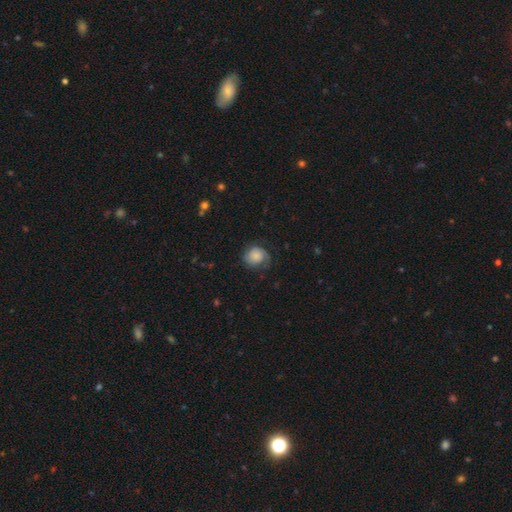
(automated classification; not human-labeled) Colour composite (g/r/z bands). It shows a smooth galaxy with no disk features (51%) that is round (76%). Merging: none (63%).